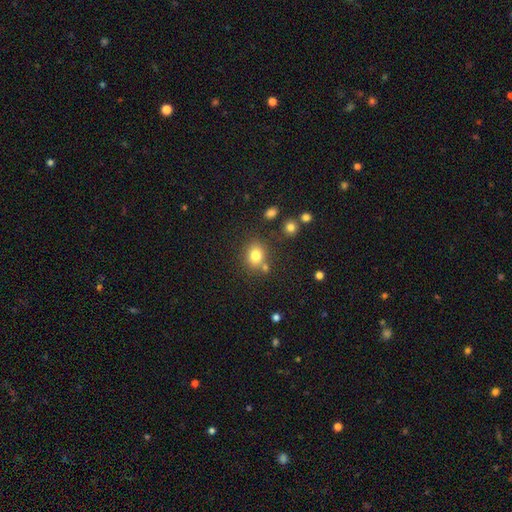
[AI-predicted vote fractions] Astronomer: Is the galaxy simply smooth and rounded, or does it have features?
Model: smooth — 79%.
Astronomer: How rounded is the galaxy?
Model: round — 59% (runner-up: in between, 40%).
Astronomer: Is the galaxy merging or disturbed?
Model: none — 72%.